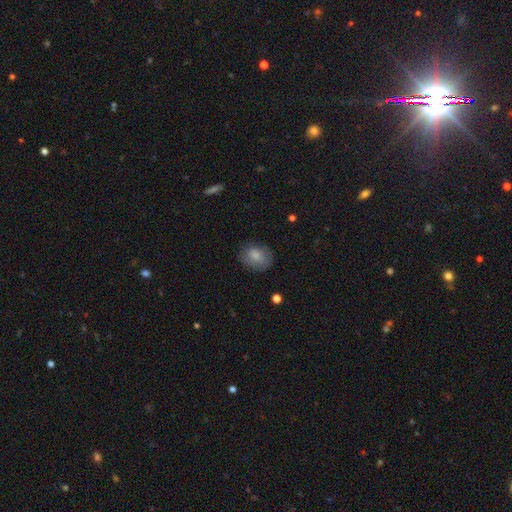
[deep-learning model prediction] smooth-or-featured: smooth: 81% | featured or disk: 12% | star or artifact: 8%
  how-rounded: in between: 59% | round: 40% | cigar-shaped: 1%
  merging: none: 73% | minor disturbance: 19% | major disturbance: 6% | merger: 1%